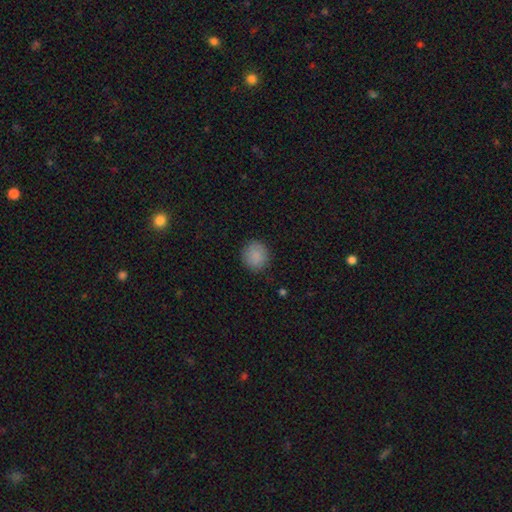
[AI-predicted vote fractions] A smooth galaxy with no disk features (87%) that is round (89%).

Vote fractions:
- Smooth or featured? smooth: 87% / star or artifact: 8% / featured or disk: 5%
- How rounded? round: 89% / in between: 10% / cigar-shaped: 1%
- Merging? none: 87% / minor disturbance: 9% / major disturbance: 3% / merger: 1%